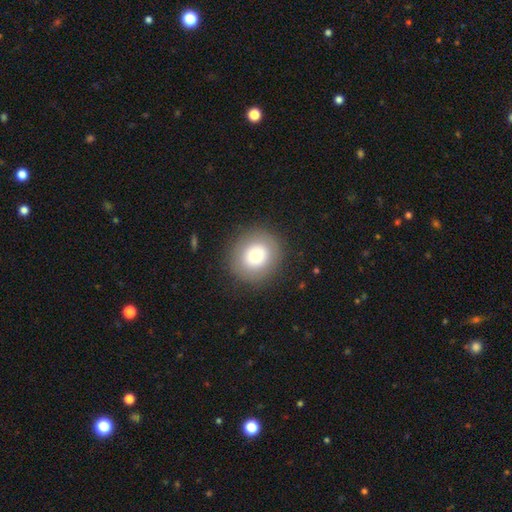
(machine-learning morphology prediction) type=smooth (72%); roundness=round (91%); merging=none (89%).